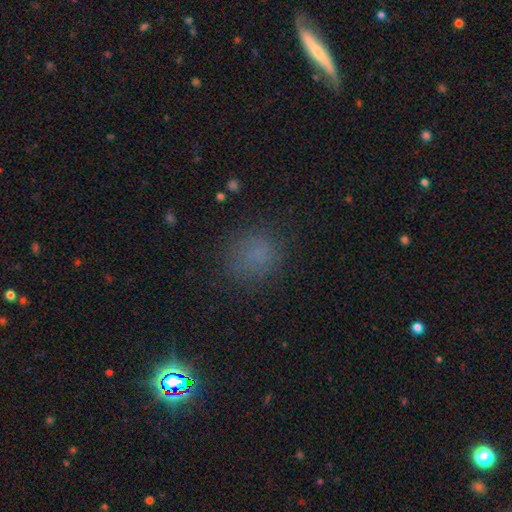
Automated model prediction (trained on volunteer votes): A smooth galaxy with no disk features (68%) that is round (81%).

Vote fractions:
- Smooth or featured? smooth: 68% / star or artifact: 24% / featured or disk: 8%
- How rounded? round: 81% / in between: 18% / cigar-shaped: 1%
- Merging? none: 79% / minor disturbance: 13% / major disturbance: 6% / merger: 1%